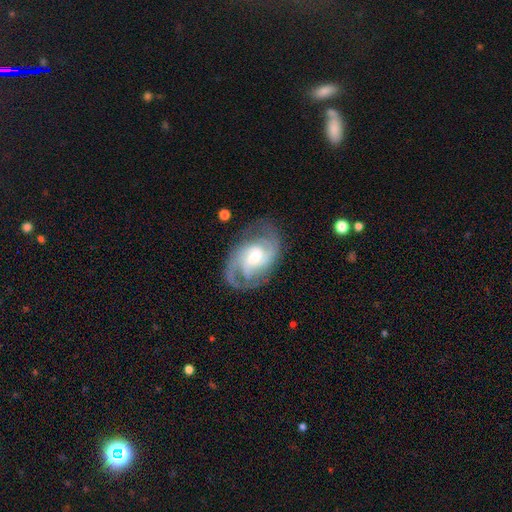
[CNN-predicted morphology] smooth_or_featured: featured or disk (p=0.87) [alt: smooth p=0.08]
disk_edge_on: no (p=0.97) [alt: yes p=0.03]
bar: weak (p=0.46) [alt: no p=0.39]
has_spiral_arms: yes (p=0.97) [alt: no p=0.03]
spiral_winding: medium (p=0.45) [alt: tight p=0.44]
spiral_arm_count: 2 (p=0.45) [alt: 3 p=0.28]
bulge_size: moderate (p=0.60) [alt: small p=0.25]
merging: none (p=0.76) [alt: minor disturbance p=0.16]